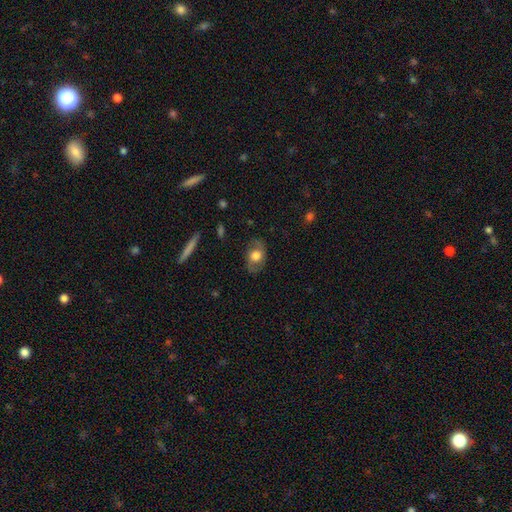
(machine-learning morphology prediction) This appears to be a smooth galaxy with no disk features (59%) that is in between round and cigar-shaped (74%). Merging: none (78%).